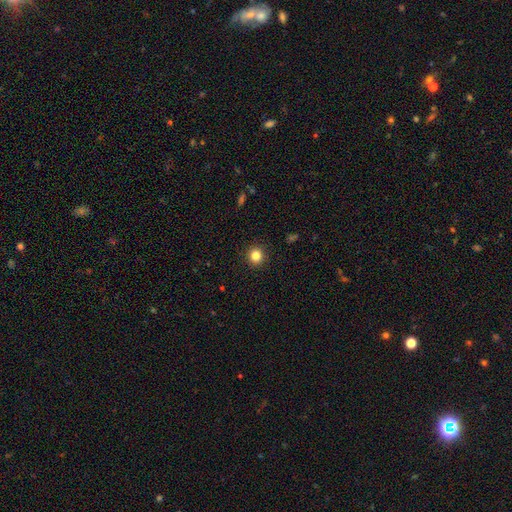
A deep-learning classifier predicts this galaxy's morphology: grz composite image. It shows a smooth galaxy with no disk features (83%) that is round (93%). Merging: none (92%).